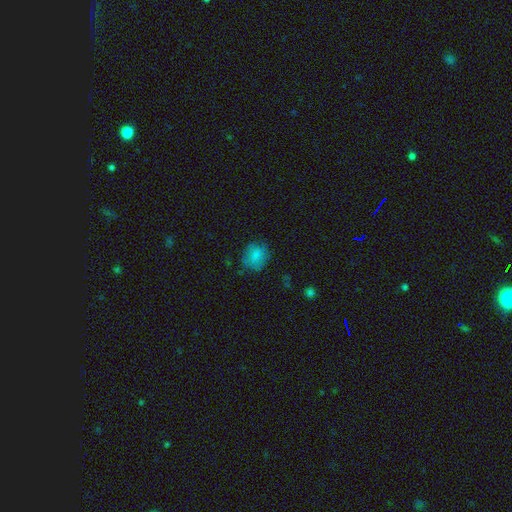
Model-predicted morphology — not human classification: smooth_or_featured: smooth (p=0.80) [alt: featured or disk p=0.11]
how_rounded: round (p=0.72) [alt: in between p=0.27]
merging: none (p=0.73) [alt: minor disturbance p=0.19]